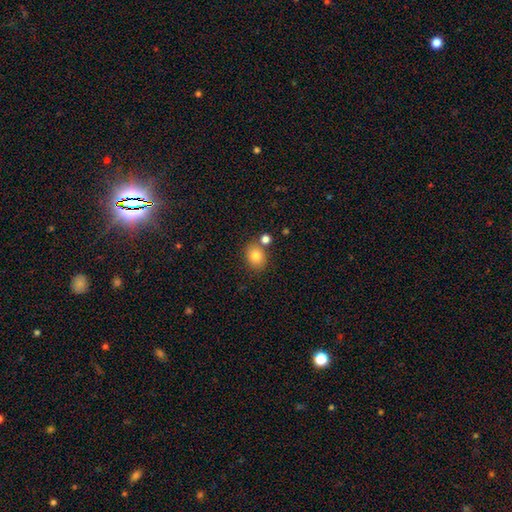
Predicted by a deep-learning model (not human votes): Q: Smooth or featured?
A: smooth (83%); runner-up: star or artifact (10%)
Q: How rounded?
A: round (61%); runner-up: in between (38%)
Q: Merging?
A: none (72%); runner-up: merger (14%)